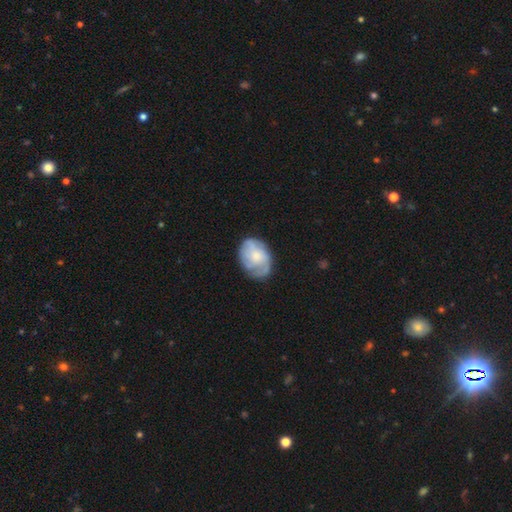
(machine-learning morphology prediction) This appears to be a featured or disk galaxy (57%) with no bar (78%), spiral arms (78%) and a small central bulge (47%). Merging: none (63%).